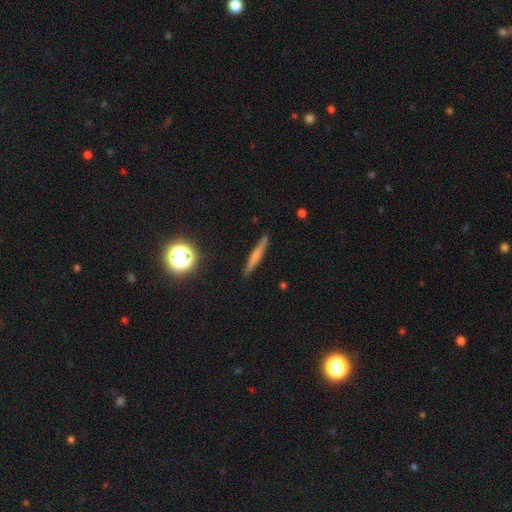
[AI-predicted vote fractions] Overall: smooth (51%; featured or disk 39%). How rounded: cigar-shaped (90%). Merging: none (89%).